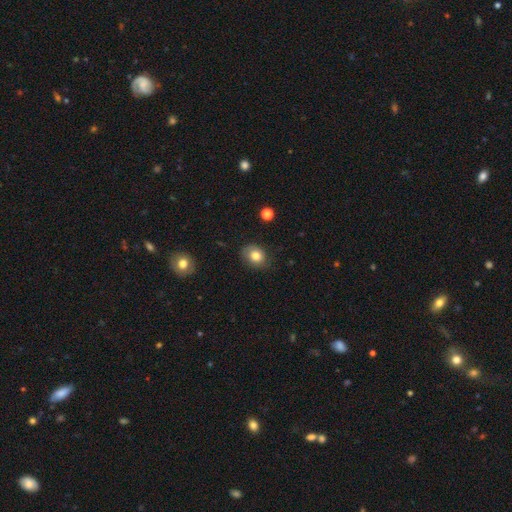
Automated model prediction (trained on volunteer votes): Smooth or featured? smooth (78%)
How rounded? round (50%)
Merging? none (77%)